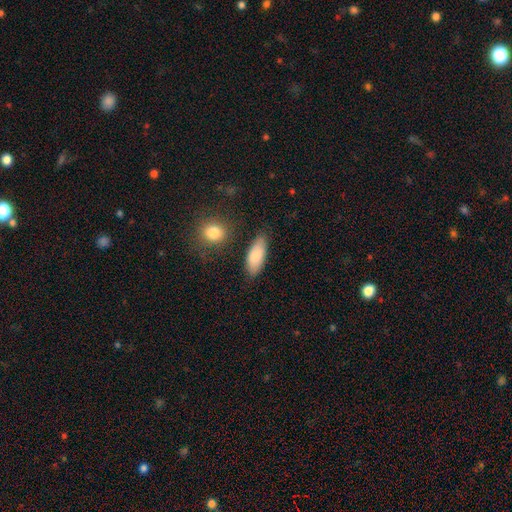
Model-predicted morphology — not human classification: The model was most divided on "merging": none: 79%, minor disturbance: 14%, merger: 4%, major disturbance: 3%. More confident: smooth or featured — smooth (85%); how rounded — in between (83%).